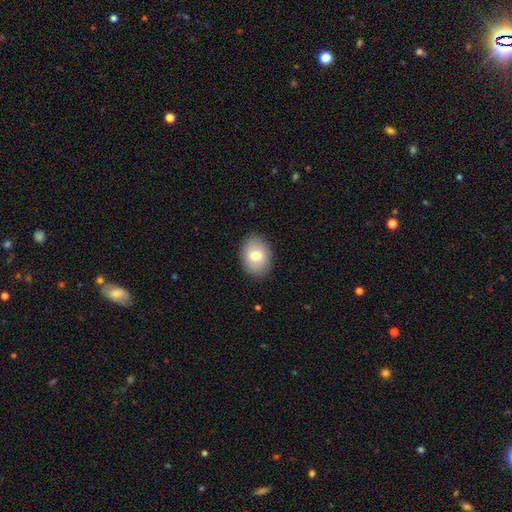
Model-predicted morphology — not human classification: This appears to be a smooth galaxy with no disk features (75%) that is in between round and cigar-shaped (70%). Merging: none (88%).